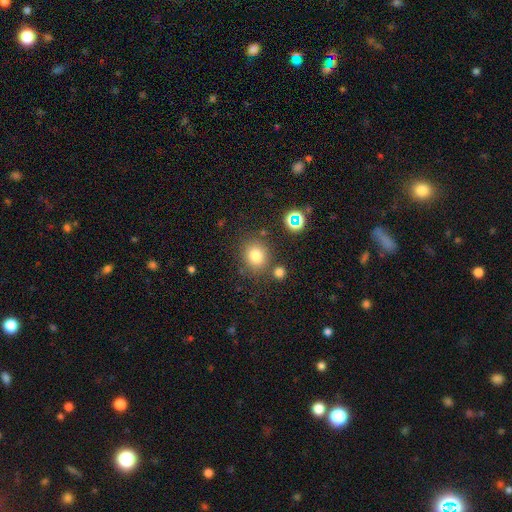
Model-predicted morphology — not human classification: smooth-or-featured: smooth: 78% | star or artifact: 15% | featured or disk: 8%
  how-rounded: round: 82% | in between: 17% | cigar-shaped: 1%
  merging: none: 80% | minor disturbance: 10% | merger: 7% | major disturbance: 4%